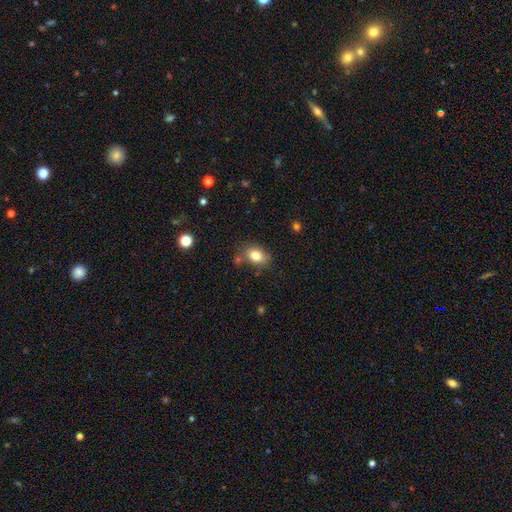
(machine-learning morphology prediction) Smooth or featured? Predicted: smooth (p=0.82). How rounded? Predicted: in between (p=0.67). Merging? Predicted: none (p=0.71).